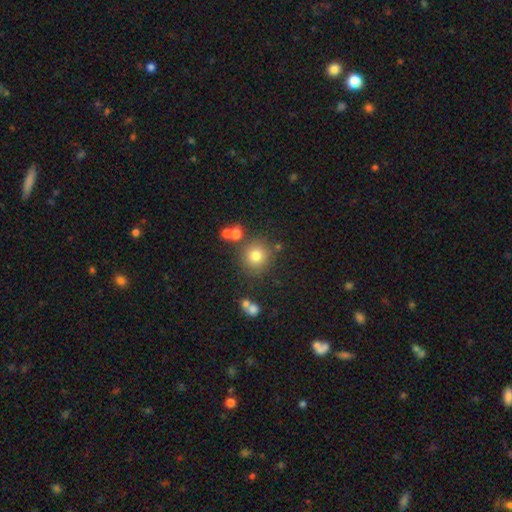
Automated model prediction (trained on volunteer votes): The model was most divided on "smooth or featured": smooth: 77%, star or artifact: 14%, featured or disk: 9%. More confident: how rounded — round (92%); merging — none (78%).